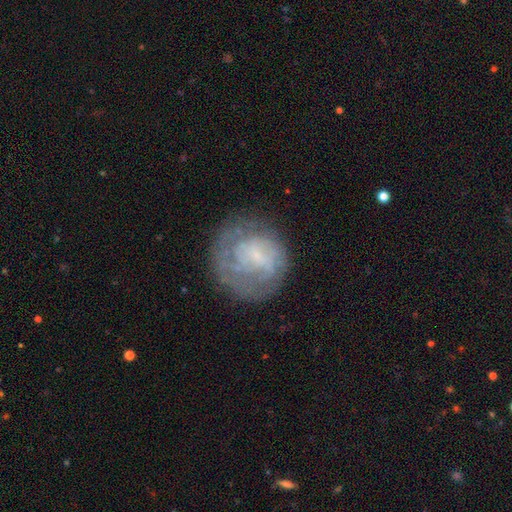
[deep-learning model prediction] smooth-or-featured: featured or disk: 55% | smooth: 36% | star or artifact: 9%
  disk-edge-on: no: 97% | yes: 3%
    bar: no: 63% | weak: 30% | strong: 7%
    has-spiral-arms: yes: 53% | no: 47%
    bulge-size: small: 43% | none: 39% | moderate: 14% | large: 3% | dominant: 1%
  merging: none: 64% | minor disturbance: 19% | major disturbance: 15% | merger: 2%